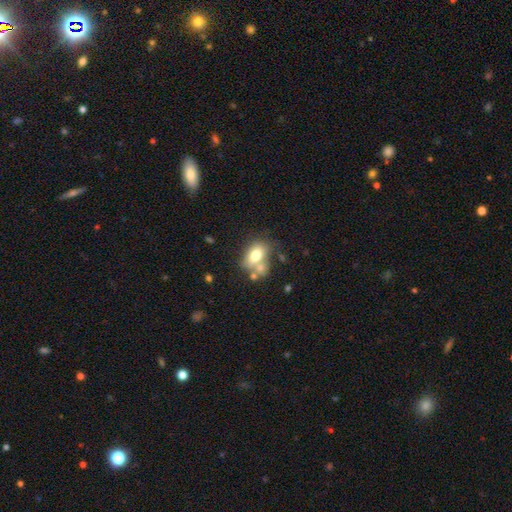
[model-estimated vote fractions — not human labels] The model was most divided on "merging": none: 46%, merger: 31%, minor disturbance: 16%, major disturbance: 7%. More confident: how rounded — in between (80%); smooth or featured — smooth (72%).